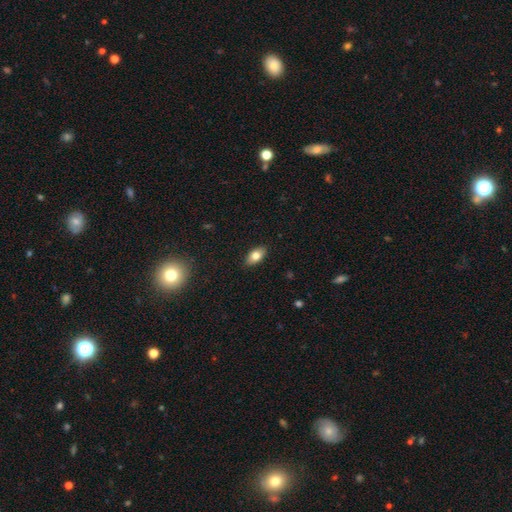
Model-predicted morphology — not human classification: Smooth or featured? smooth (79%)
How rounded? in between (90%)
Merging? none (87%)